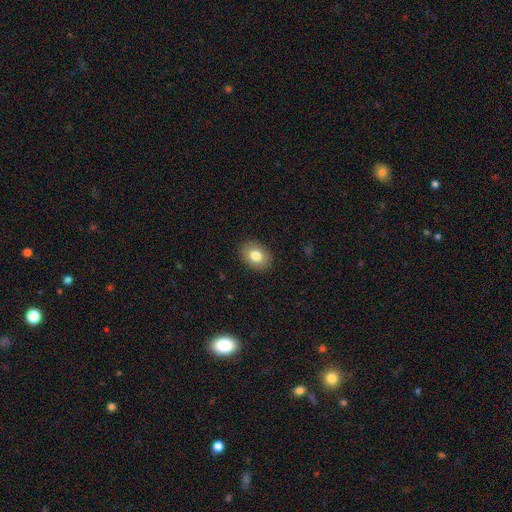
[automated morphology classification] smooth-or-featured: smooth: 81% | featured or disk: 11% | star or artifact: 8%
  how-rounded: in between: 67% | round: 32% | cigar-shaped: 1%
  merging: none: 89% | minor disturbance: 8% | major disturbance: 2% | merger: 1%